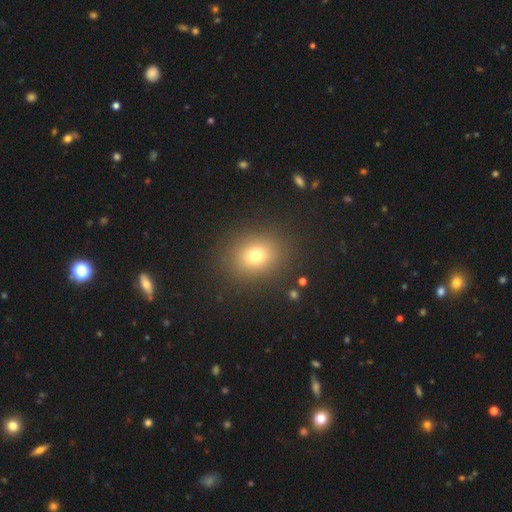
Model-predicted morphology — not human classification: Smooth or featured: smooth — 74% (star or artifact — 16%)
How rounded: round — 68% (in between — 31%)
Merging: none — 88% (minor disturbance — 7%)